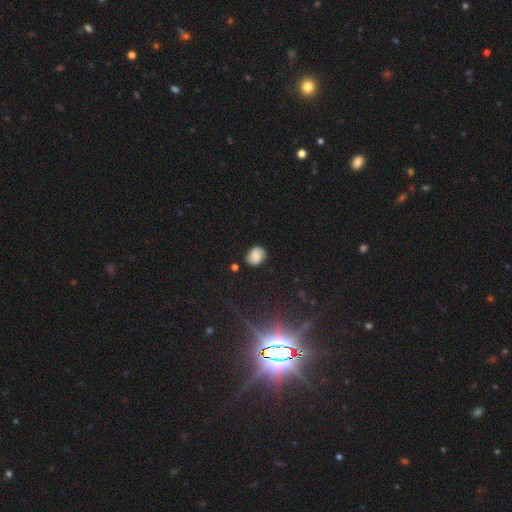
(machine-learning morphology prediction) type=smooth (75%); roundness=in between (54%); merging=none (77%).